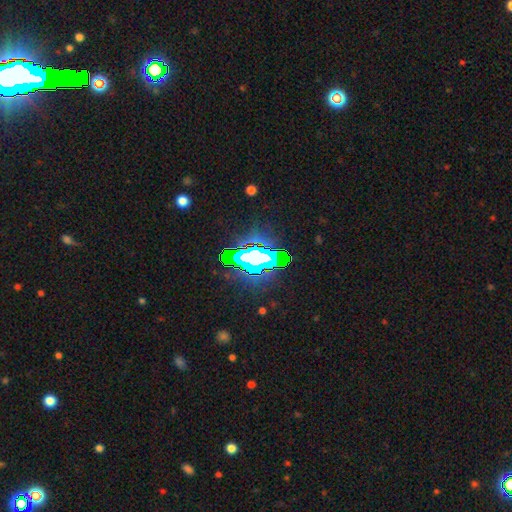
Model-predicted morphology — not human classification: Smooth or featured: star or artifact — 62% (featured or disk — 19%)